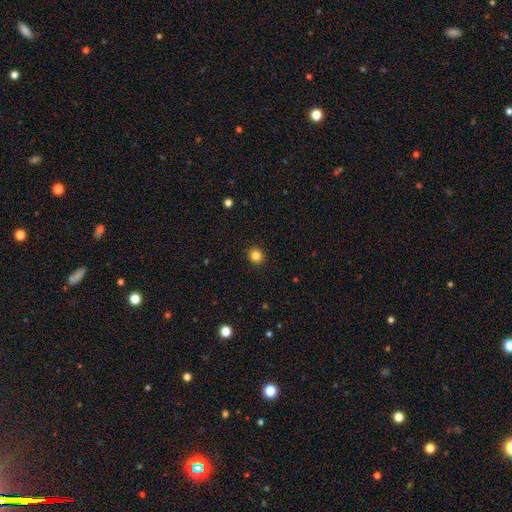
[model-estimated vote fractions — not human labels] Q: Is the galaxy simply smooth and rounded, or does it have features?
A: smooth — 84%.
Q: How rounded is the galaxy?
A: round — 87%.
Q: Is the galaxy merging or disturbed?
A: none — 92%.